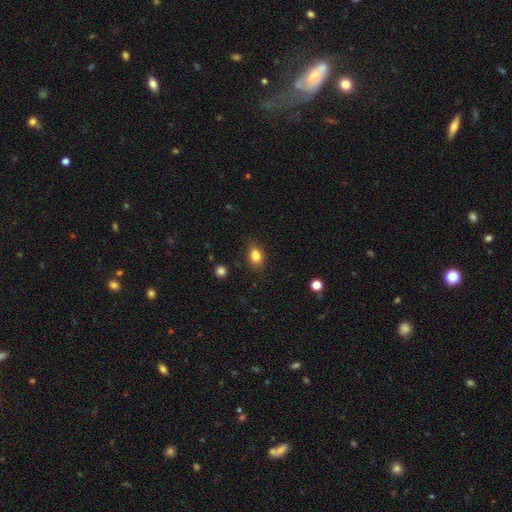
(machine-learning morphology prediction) Smooth or featured? Predicted: smooth (p=0.83). How rounded? Predicted: in between (p=0.71). Merging? Predicted: none (p=0.77).